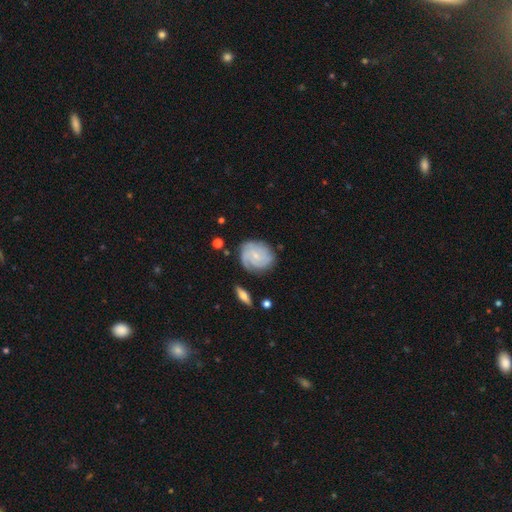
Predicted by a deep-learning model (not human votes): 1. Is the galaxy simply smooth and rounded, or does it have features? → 69% featured or disk, 24% smooth, 6% star or artifact.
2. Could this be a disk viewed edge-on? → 97% no, 3% yes.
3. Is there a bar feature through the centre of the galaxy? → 71% no, 26% weak, 3% strong.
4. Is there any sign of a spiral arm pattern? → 92% yes, 8% no.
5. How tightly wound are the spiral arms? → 63% tight, 28% medium, 9% loose.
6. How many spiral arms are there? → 35% can't tell, 25% 3, 19% 2, 11% 4, 5% 1, 5% more than 4.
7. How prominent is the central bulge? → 76% small, 17% moderate, 5% none, 1% large, 1% dominant.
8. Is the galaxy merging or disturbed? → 72% none, 19% minor disturbance, 6% major disturbance, 2% merger.